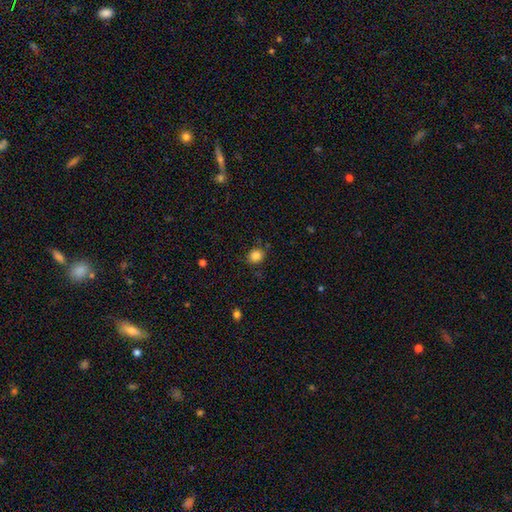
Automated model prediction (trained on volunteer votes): A smooth galaxy with no disk features (85%) that is round (75%).

Vote fractions:
- Smooth or featured? smooth: 85% / star or artifact: 11% / featured or disk: 4%
- How rounded? round: 75% / in between: 24% / cigar-shaped: 1%
- Merging? none: 81% / minor disturbance: 13% / major disturbance: 4% / merger: 3%